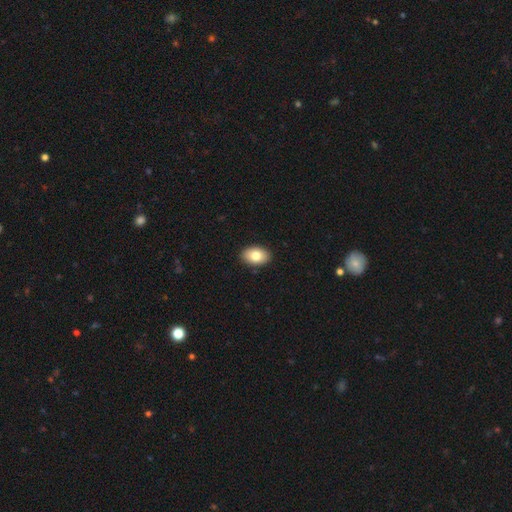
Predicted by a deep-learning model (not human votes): Overall: smooth (82%). How rounded: in between (88%). Merging: none (90%).